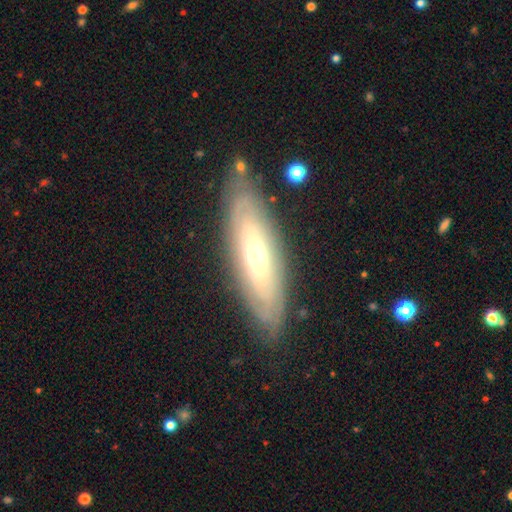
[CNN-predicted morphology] A featured or disk galaxy (65%). Merging: none (79%).